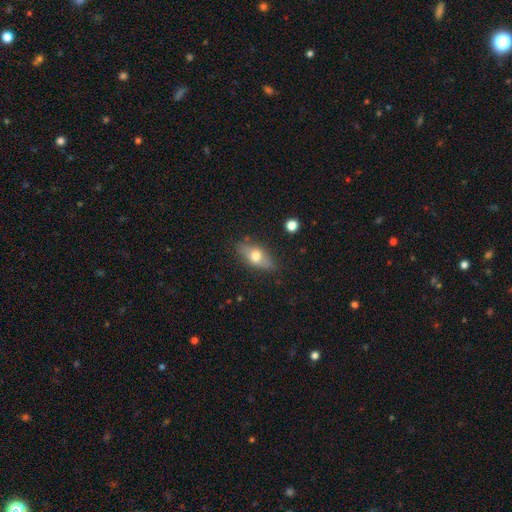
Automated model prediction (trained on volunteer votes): Morphology: type=smooth (59%); roundness=in between (79%); merging=none (79%).